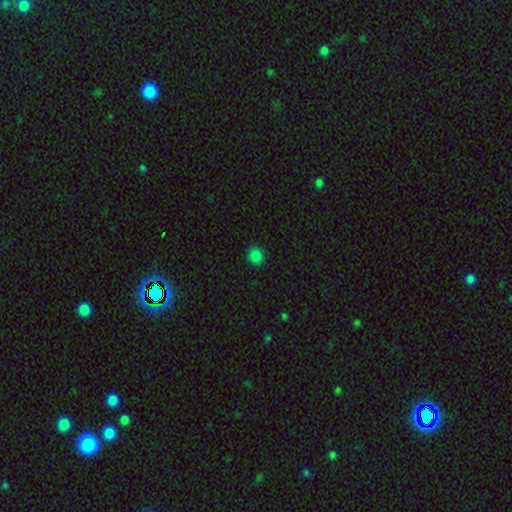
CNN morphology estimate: A smooth galaxy with no disk features (84%) that is round (85%).

Vote fractions:
- Smooth or featured? smooth: 84% / star or artifact: 13% / featured or disk: 3%
- How rounded? round: 85% / in between: 14% / cigar-shaped: 1%
- Merging? none: 91% / minor disturbance: 6% / major disturbance: 2% / merger: 1%